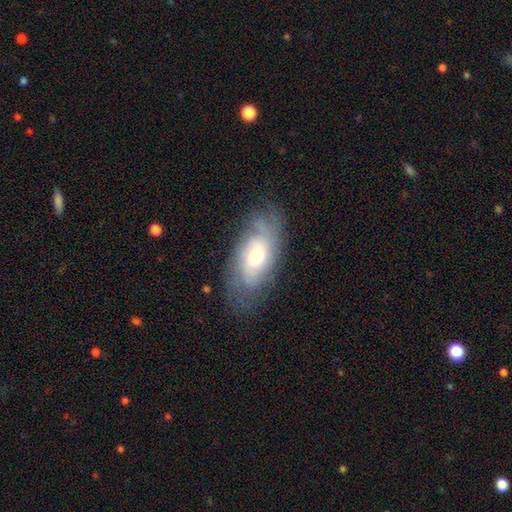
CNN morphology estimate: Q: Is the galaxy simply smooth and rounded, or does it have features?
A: featured or disk — 62%.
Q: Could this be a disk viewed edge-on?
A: no — 89%.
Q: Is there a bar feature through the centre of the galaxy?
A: no — 75%.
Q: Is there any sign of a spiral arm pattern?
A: yes — 82%.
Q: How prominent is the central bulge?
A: moderate — 56%.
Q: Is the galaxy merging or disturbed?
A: none — 71%.